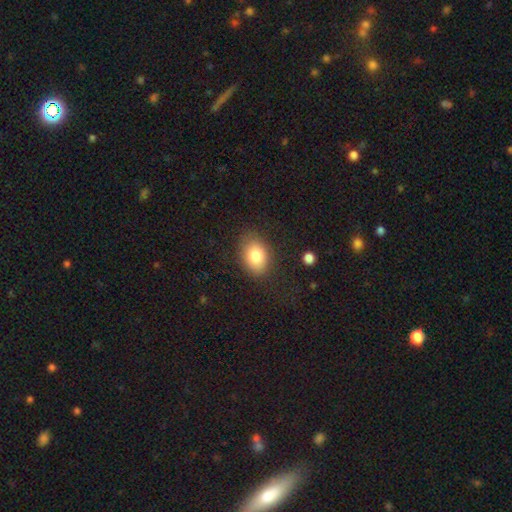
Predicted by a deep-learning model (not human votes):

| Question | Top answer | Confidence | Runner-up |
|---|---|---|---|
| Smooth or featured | smooth | 83% | featured or disk (9%) |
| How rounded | in between | 76% | round (23%) |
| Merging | none | 82% | minor disturbance (13%) |